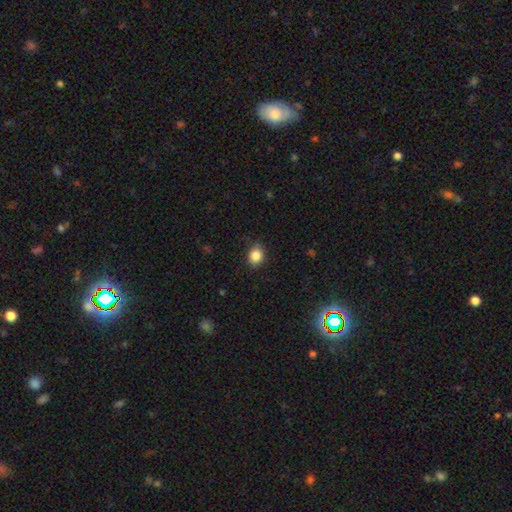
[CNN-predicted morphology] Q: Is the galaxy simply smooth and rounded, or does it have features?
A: smooth — 85%.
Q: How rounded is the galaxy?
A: round — 61%.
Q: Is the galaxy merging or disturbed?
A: none — 78%.